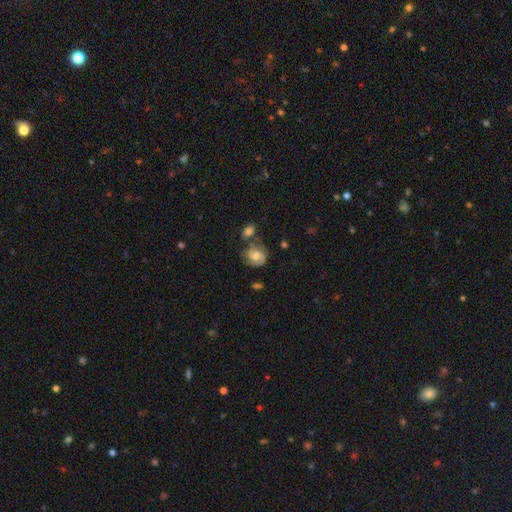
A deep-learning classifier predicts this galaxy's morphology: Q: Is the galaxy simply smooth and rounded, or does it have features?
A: featured or disk — 54%.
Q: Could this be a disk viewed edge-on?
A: no — 97%.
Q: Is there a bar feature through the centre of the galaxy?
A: no — 61%.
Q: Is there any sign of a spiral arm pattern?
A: yes — 83%.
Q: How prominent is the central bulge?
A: moderate — 56%.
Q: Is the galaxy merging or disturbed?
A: none — 54%.